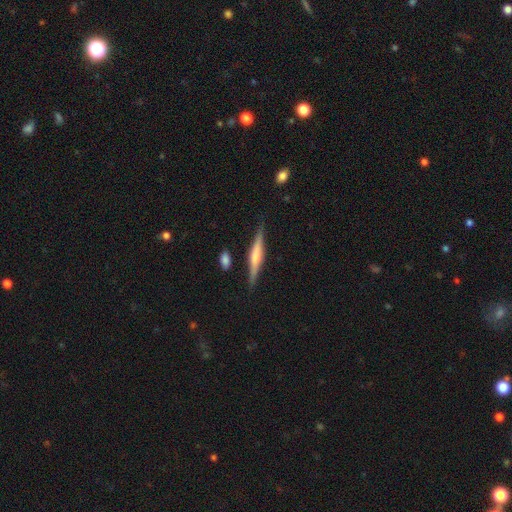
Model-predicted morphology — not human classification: The model was most divided on "smooth or featured": featured or disk: 60%, smooth: 34%, star or artifact: 6%. More confident: edge-on disk — yes (97%); merging — none (86%); edge-on bulge — rounded (58%).